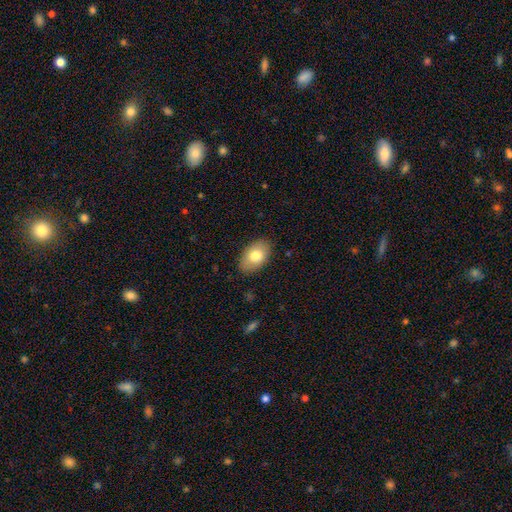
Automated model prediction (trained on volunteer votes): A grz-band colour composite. It shows a smooth galaxy with no disk features (77%) that is in between round and cigar-shaped (91%). Merging: none (86%).